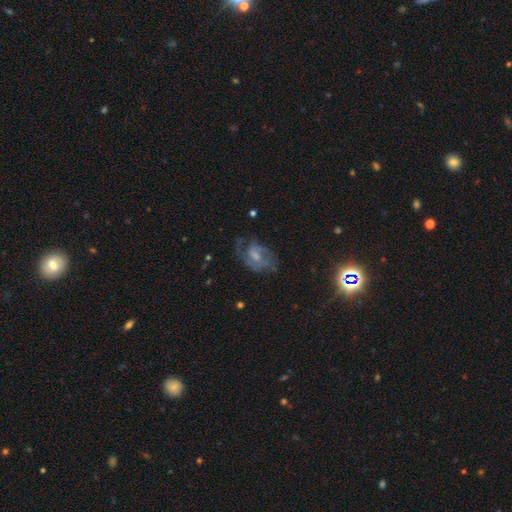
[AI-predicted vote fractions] smooth_or_featured: featured or disk (p=0.70) [alt: smooth p=0.20]
disk_edge_on: no (p=0.97) [alt: yes p=0.03]
bar: weak (p=0.47) [alt: no p=0.43]
has_spiral_arms: yes (p=0.83) [alt: no p=0.17]
spiral_winding: medium (p=0.47) [alt: tight p=0.29]
spiral_arm_count: 2 (p=0.51) [alt: can't tell p=0.25]
bulge_size: moderate (p=0.38) [alt: small p=0.36]
merging: none (p=0.52) [alt: major disturbance p=0.23]